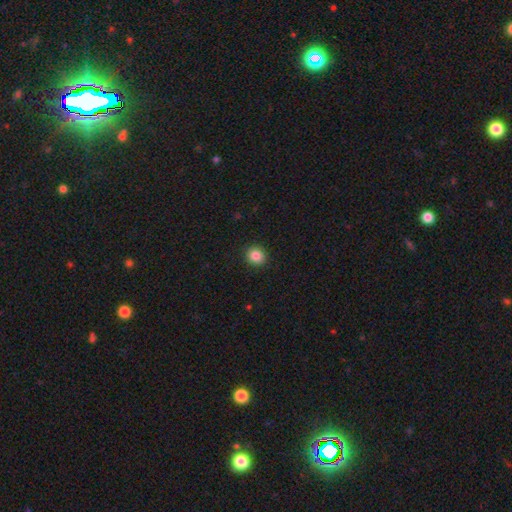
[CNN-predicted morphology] smooth-or-featured: smooth: 86% | star or artifact: 10% | featured or disk: 4%
  how-rounded: round: 82% | in between: 17% | cigar-shaped: 1%
  merging: none: 91% | minor disturbance: 6% | major disturbance: 2% | merger: 1%